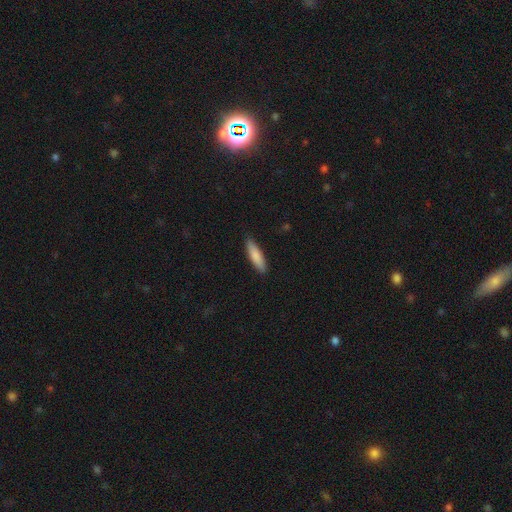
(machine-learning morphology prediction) type=smooth (84%); roundness=cigar-shaped (69%); merging=none (89%).